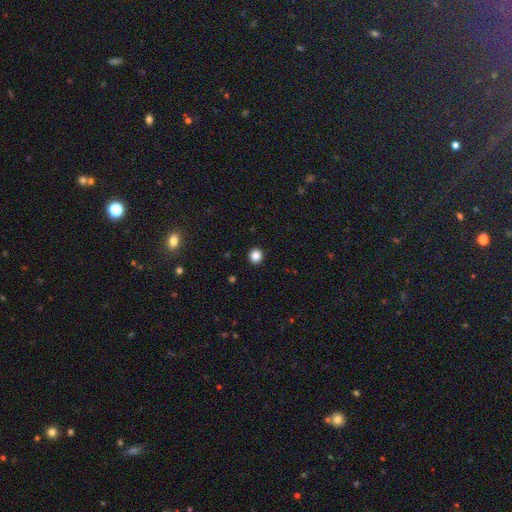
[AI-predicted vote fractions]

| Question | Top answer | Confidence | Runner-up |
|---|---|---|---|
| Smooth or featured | smooth | 85% | star or artifact (11%) |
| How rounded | round | 90% | in between (9%) |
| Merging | none | 93% | minor disturbance (4%) |